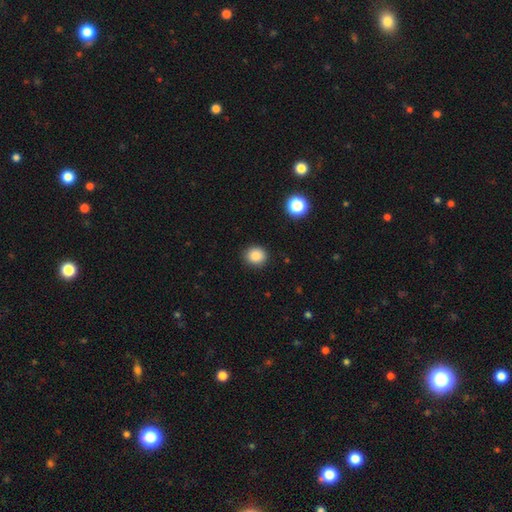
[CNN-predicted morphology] Smooth or featured? smooth (86%)
How rounded? round (82%)
Merging? none (90%)